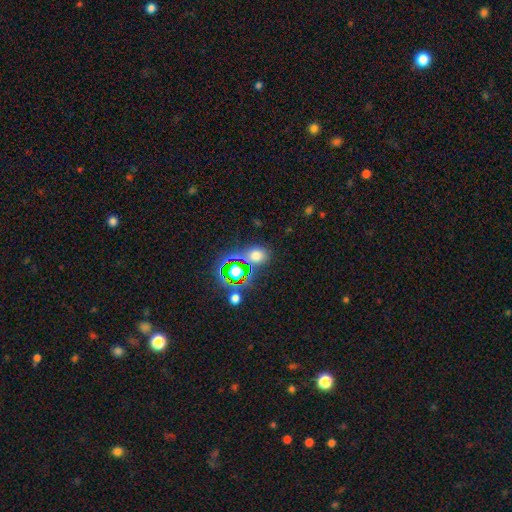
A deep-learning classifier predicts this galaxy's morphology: smooth_or_featured: smooth (p=0.56) [alt: star or artifact p=0.35]
how_rounded: round (p=0.60) [alt: in between p=0.38]
merging: none (p=0.71) [alt: merger p=0.12]